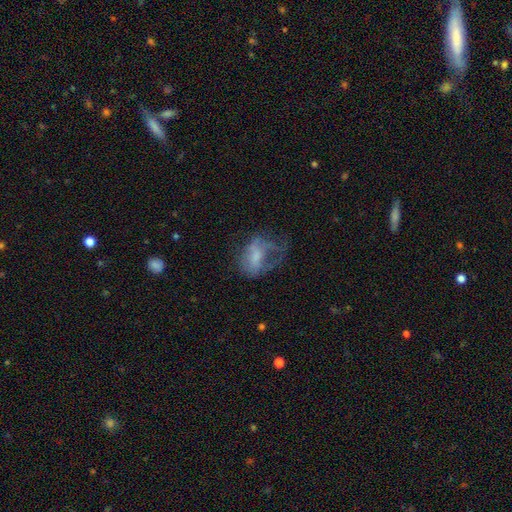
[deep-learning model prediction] smooth-or-featured: featured or disk: 46% | smooth: 43% | star or artifact: 11%
  merging: major disturbance: 51% | none: 24% | minor disturbance: 22% | merger: 3%